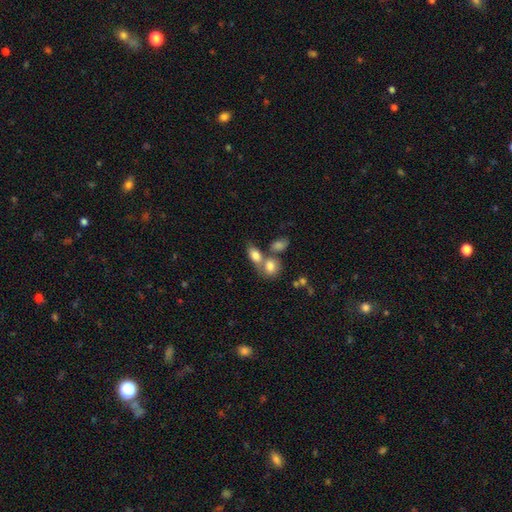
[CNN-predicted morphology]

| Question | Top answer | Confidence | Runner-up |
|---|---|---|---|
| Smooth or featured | smooth | 78% | featured or disk (13%) |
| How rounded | in between | 77% | round (19%) |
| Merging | merger | 48% | none (37%) |